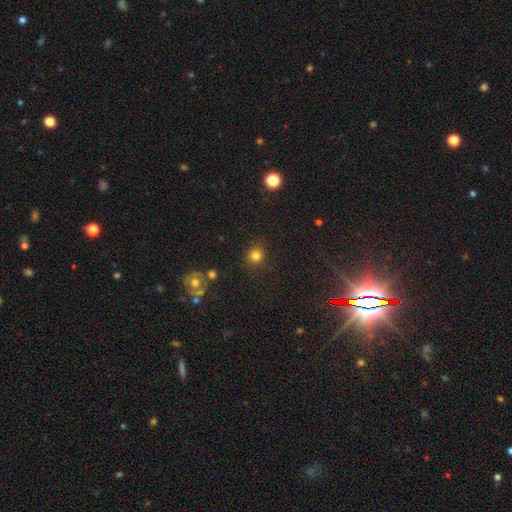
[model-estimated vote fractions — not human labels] Smooth or featured?
  - smooth: 79% *
  - star or artifact: 14%
  - featured or disk: 6%
How rounded?
  - round: 87% *
  - in between: 12%
  - cigar-shaped: 1%
Merging?
  - none: 84% *
  - minor disturbance: 10%
  - major disturbance: 4%
  - merger: 3%